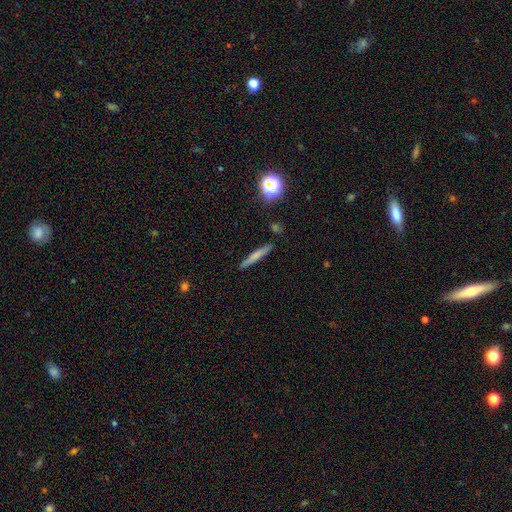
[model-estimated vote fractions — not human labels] Q: Smooth or featured?
A: smooth (62%); runner-up: featured or disk (29%)
Q: How rounded?
A: cigar-shaped (93%); runner-up: in between (4%)
Q: Merging?
A: none (88%); runner-up: minor disturbance (8%)